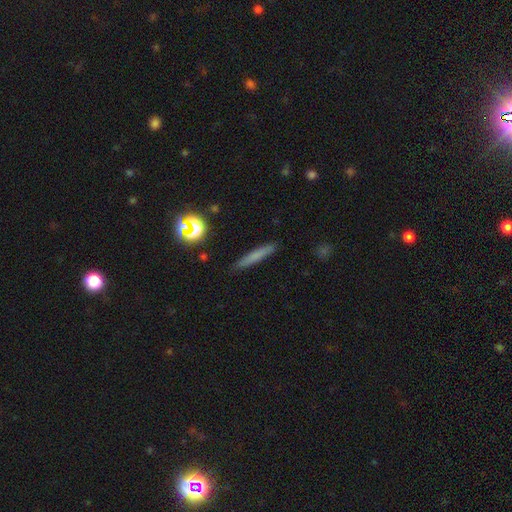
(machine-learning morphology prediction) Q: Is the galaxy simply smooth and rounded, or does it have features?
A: smooth — 64%.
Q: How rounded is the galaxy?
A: cigar-shaped — 92%.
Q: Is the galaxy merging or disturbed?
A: none — 87%.